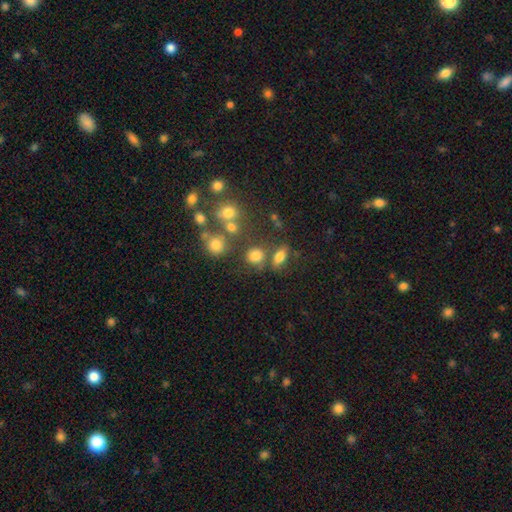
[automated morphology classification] Smooth or featured: smooth — 76% (star or artifact — 14%)
How rounded: round — 62% (in between — 35%)
Merging: none — 61% (merger — 19%)